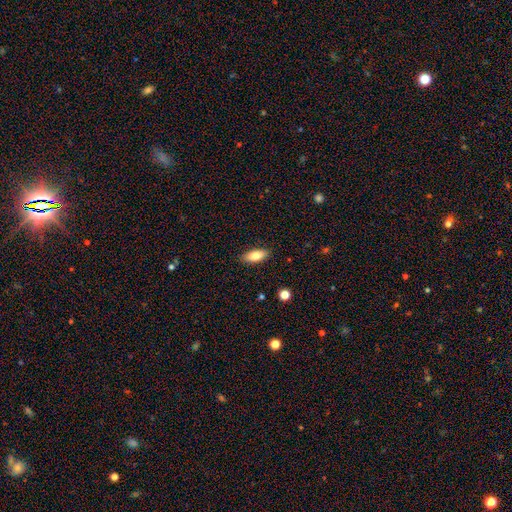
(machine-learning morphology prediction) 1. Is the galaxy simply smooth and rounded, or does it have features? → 80% smooth, 13% featured or disk, 7% star or artifact.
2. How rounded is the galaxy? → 83% in between, 15% cigar-shaped, 3% round.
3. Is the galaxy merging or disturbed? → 88% none, 9% minor disturbance, 2% major disturbance, 1% merger.